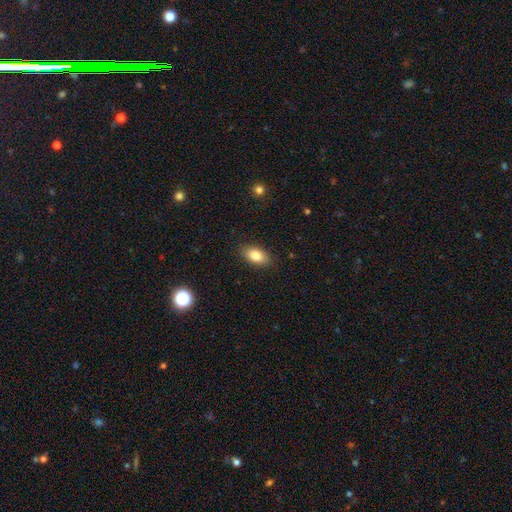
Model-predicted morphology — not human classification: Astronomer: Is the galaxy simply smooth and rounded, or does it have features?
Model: smooth — 83%.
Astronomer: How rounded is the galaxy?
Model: in between — 90%.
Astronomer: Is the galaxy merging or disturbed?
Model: none — 87%.